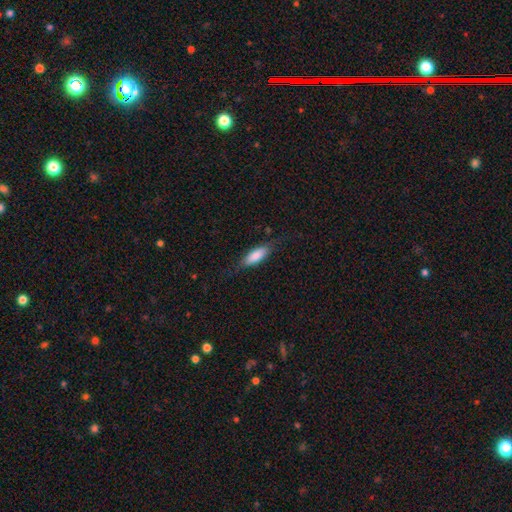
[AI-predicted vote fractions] Overall: smooth (75%). How rounded: in between (60%; cigar-shaped 38%). Merging: none (73%).